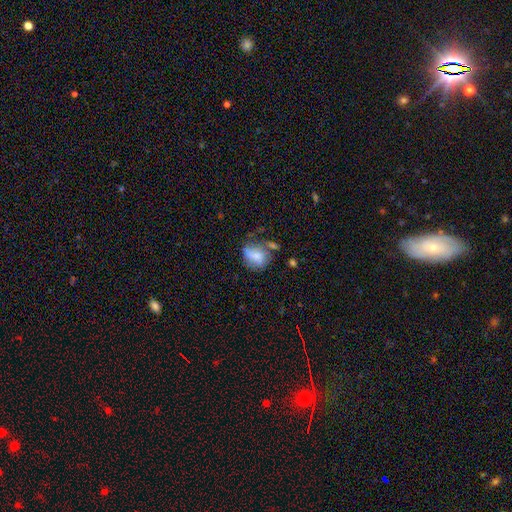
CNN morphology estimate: The model was most divided on "how rounded": in between: 52%, round: 46%, cigar-shaped: 2%. Remaining: smooth or featured — smooth (62%); merging — none (39%).